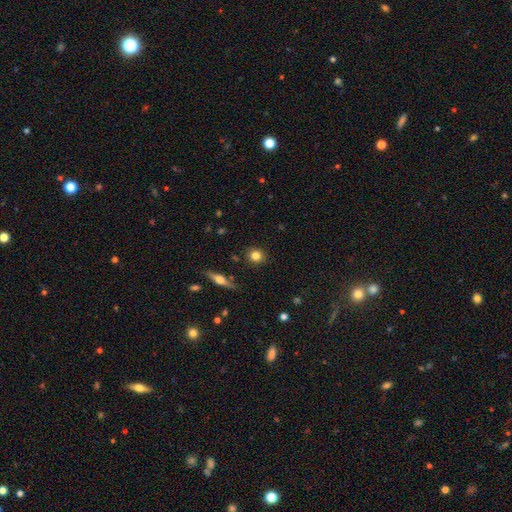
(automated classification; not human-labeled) Smooth or featured? smooth (81%)
How rounded? round (88%)
Merging? none (90%)